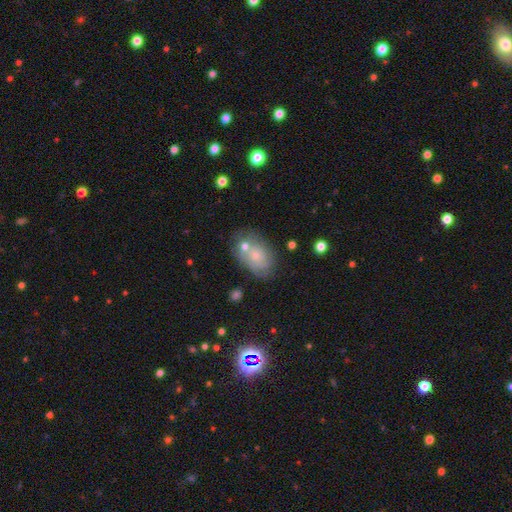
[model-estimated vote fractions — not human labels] Smooth or featured? Predicted: smooth (p=0.59). How rounded? Predicted: in between (p=0.83). Merging? Predicted: none (p=0.48).